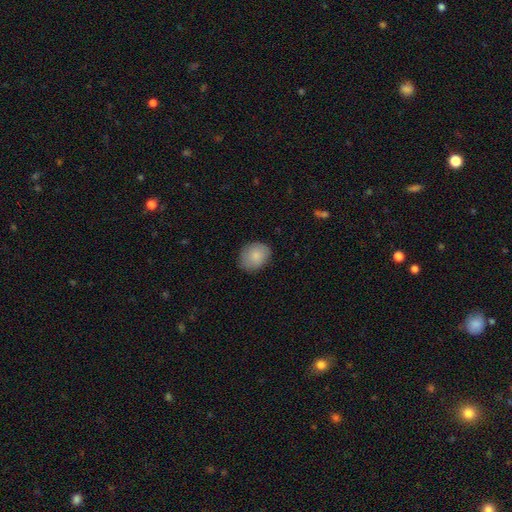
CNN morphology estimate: Smooth or featured? smooth (85%)
How rounded? round (51%)
Merging? none (80%)